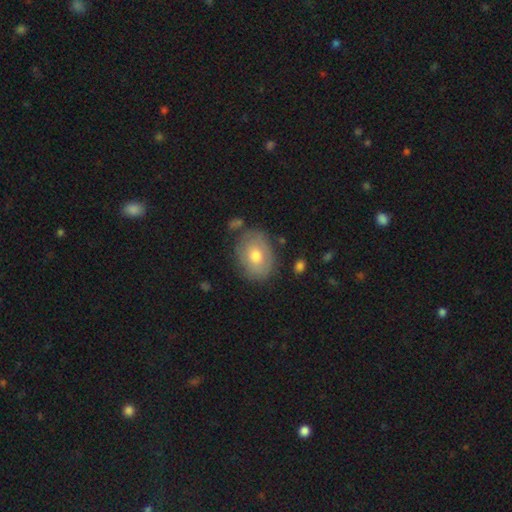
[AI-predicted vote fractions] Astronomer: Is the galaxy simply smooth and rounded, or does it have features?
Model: smooth — 64%.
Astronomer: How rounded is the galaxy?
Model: in between — 63%.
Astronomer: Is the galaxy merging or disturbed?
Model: none — 76%.